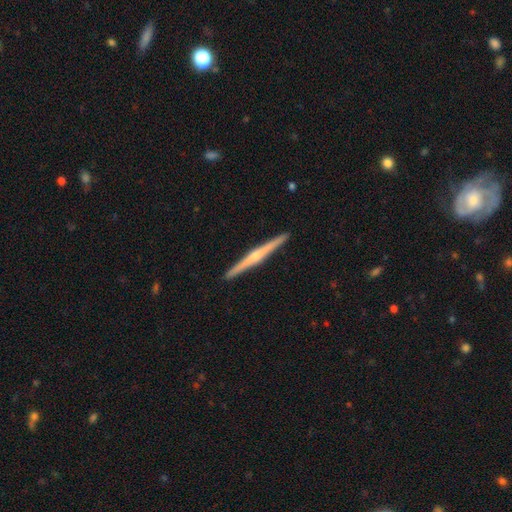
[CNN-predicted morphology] A featured or disk galaxy (73%) viewed edge-on (98%) with a rounded central bulge (74%). Merging: none (91%).